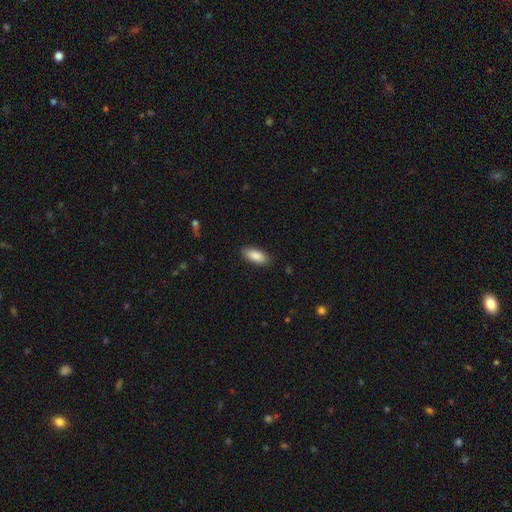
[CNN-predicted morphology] smooth 89%, star or artifact 6%, featured or disk 5%. Down the decision tree: how rounded — in between (85%); merging — none (88%).